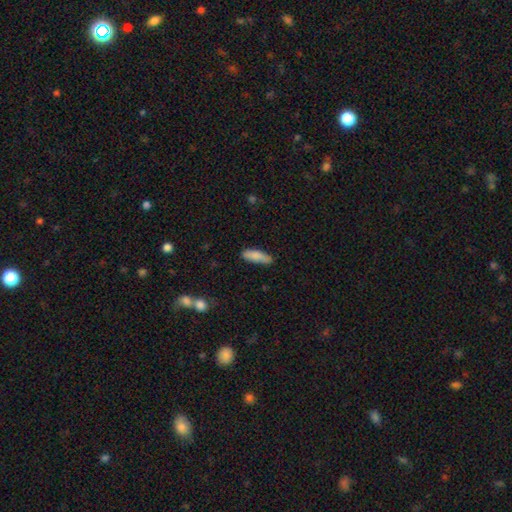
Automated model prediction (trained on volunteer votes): smooth 85%, featured or disk 9%, star or artifact 6%. Down the decision tree: how rounded — cigar-shaped (50%); merging — none (80%).